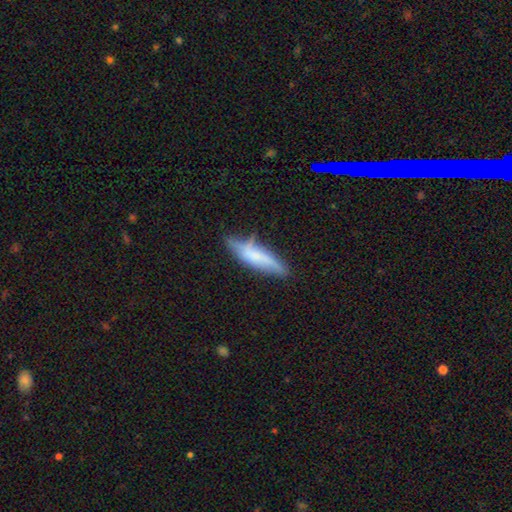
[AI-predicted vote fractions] Q: Smooth or featured?
A: smooth (56%); runner-up: featured or disk (36%)
Q: How rounded?
A: cigar-shaped (69%); runner-up: in between (29%)
Q: Merging?
A: none (60%); runner-up: minor disturbance (28%)